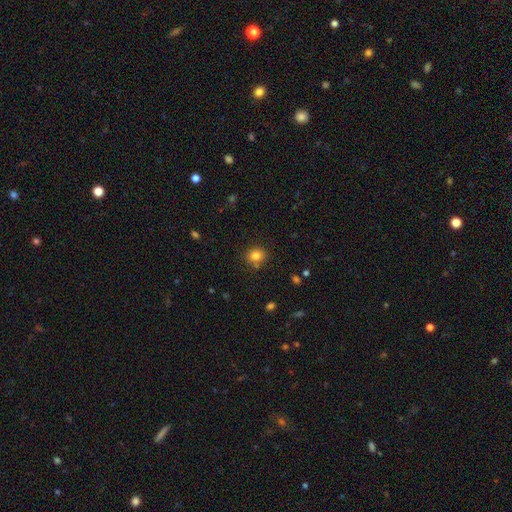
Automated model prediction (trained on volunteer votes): Morphology: type=smooth (81%); roundness=round (71%); merging=none (80%).